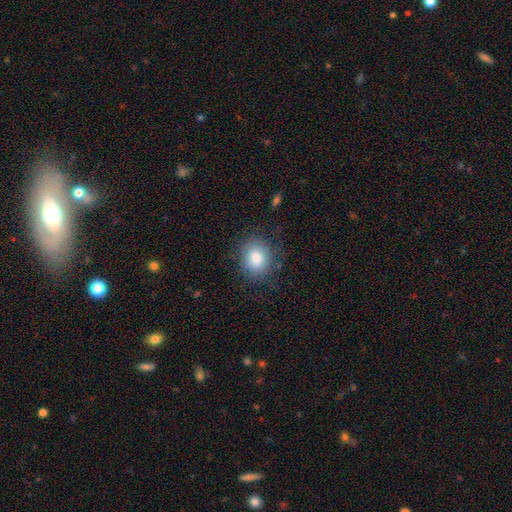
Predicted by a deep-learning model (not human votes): Smooth or featured: smooth — 84% (star or artifact — 8%)
How rounded: round — 54% (in between — 45%)
Merging: none — 80% (minor disturbance — 14%)